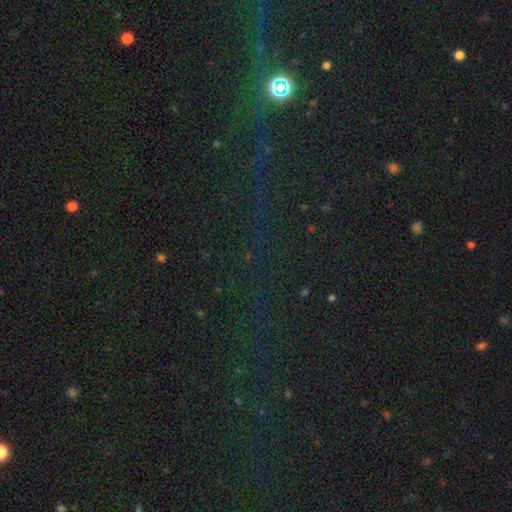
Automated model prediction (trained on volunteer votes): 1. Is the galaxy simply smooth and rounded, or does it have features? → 76% star or artifact, 15% smooth, 9% featured or disk.